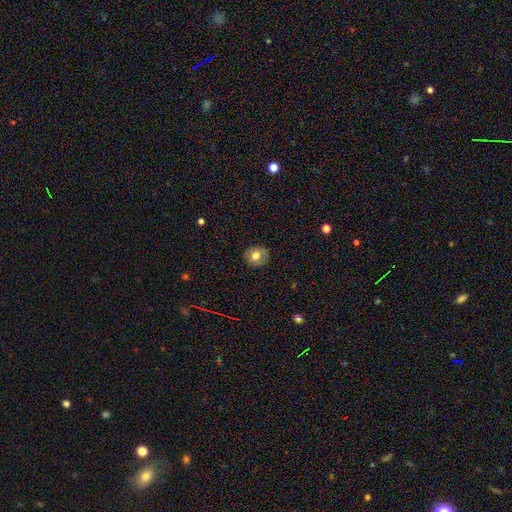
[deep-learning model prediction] A smooth galaxy with no disk features (75%) that is round (83%). Merging: none (89%).